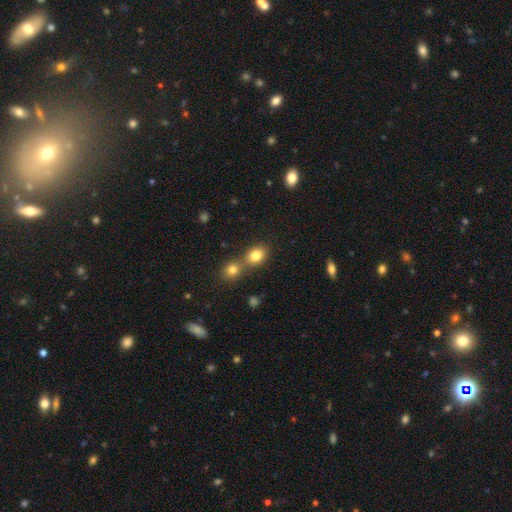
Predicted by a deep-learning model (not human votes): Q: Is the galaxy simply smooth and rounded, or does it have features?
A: smooth — 81%.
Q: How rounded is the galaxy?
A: in between — 54%.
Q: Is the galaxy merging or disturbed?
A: none — 48%.